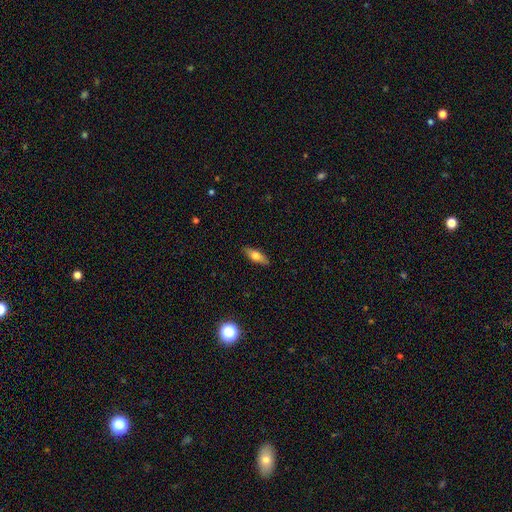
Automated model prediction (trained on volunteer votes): The model was most divided on "how rounded": in between: 56%, cigar-shaped: 41%, round: 3%. More confident: merging — none (88%); smooth or featured — smooth (64%).